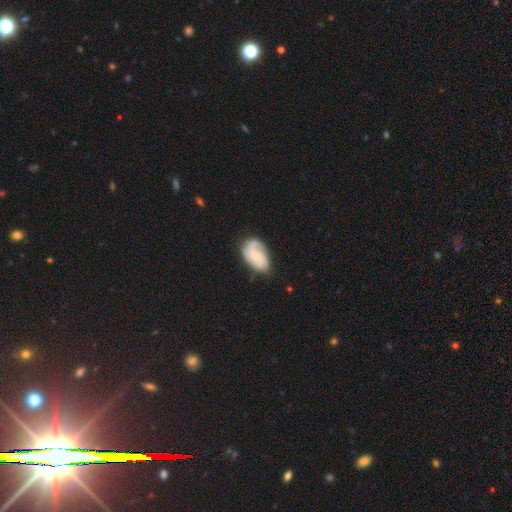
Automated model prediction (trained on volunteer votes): smooth-or-featured: featured or disk: 58% | smooth: 35% | star or artifact: 6%
  disk-edge-on: no: 97% | yes: 3%
    bar: no: 75% | weak: 22% | strong: 4%
    has-spiral-arms: yes: 81% | no: 19%
    bulge-size: small: 62% | moderate: 30% | none: 5% | large: 2% | dominant: 1%
  merging: none: 54% | minor disturbance: 31% | major disturbance: 12% | merger: 3%